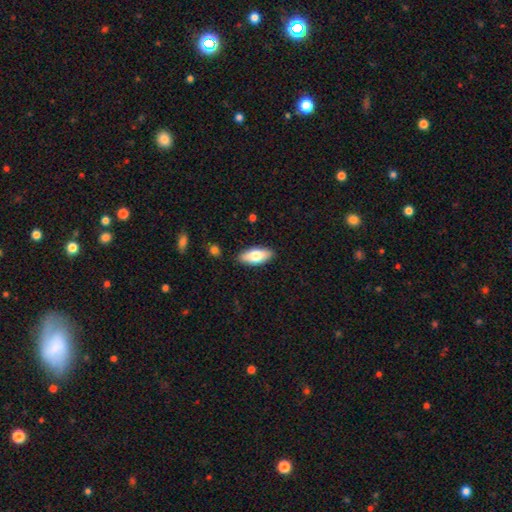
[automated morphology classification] smooth_or_featured: smooth (p=0.74) [alt: featured or disk p=0.20]
how_rounded: in between (p=0.85) [alt: cigar-shaped p=0.12]
merging: none (p=0.87) [alt: minor disturbance p=0.09]